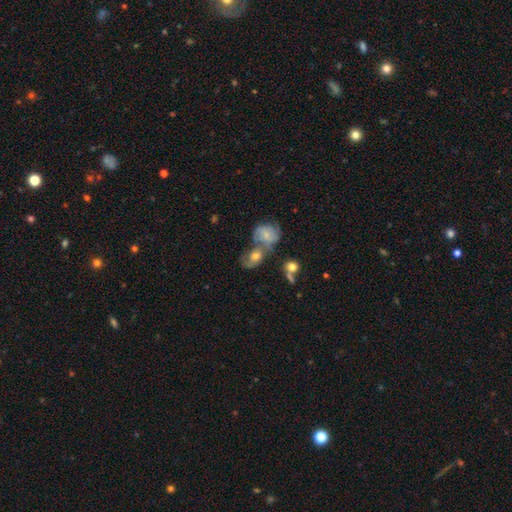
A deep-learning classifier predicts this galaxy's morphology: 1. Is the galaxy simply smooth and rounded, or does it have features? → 50% featured or disk, 33% smooth, 17% star or artifact.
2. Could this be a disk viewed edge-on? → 94% no, 6% yes.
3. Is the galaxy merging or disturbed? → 43% merger, 38% none, 12% minor disturbance, 7% major disturbance.